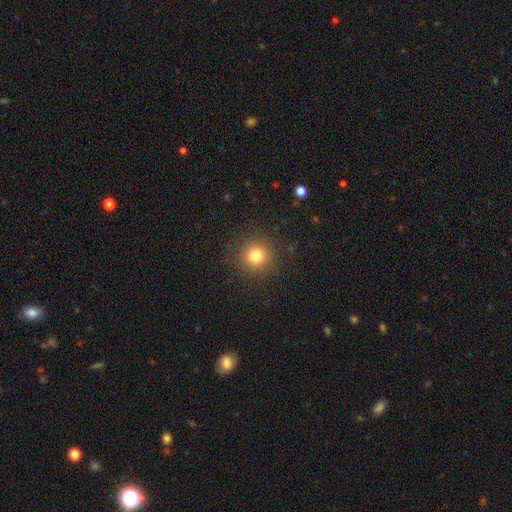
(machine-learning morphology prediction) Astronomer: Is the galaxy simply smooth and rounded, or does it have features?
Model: smooth — 79%.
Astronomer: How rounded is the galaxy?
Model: round — 94%.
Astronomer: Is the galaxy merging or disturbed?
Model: none — 90%.